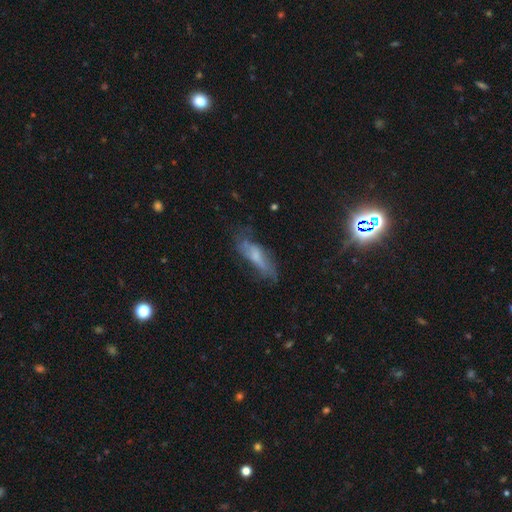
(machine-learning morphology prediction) Smooth or featured? smooth (47%)
Merging? none (52%)